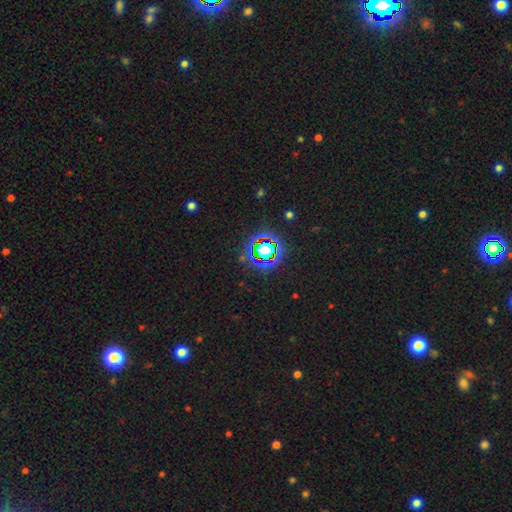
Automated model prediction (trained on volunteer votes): This appears to be a star or artifact, not a galaxy (80%).